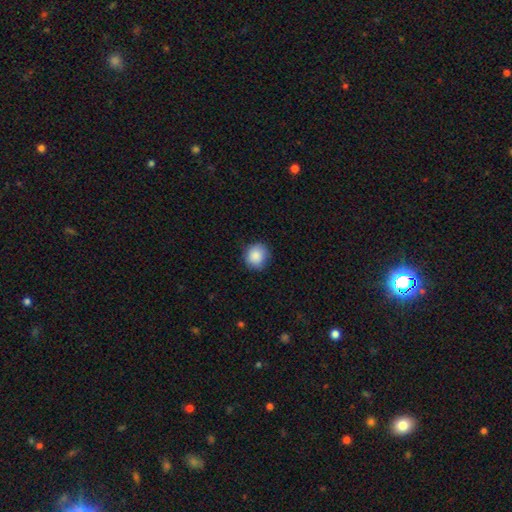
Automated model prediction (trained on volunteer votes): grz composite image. It shows a smooth galaxy with no disk features (88%) that is round (87%). Merging: none (82%).